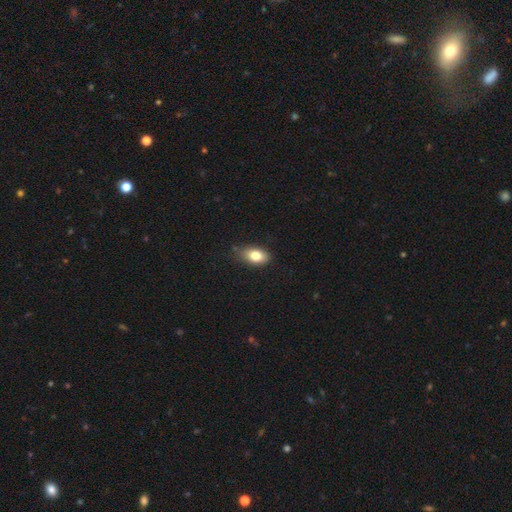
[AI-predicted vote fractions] Smooth or featured? smooth (79%)
How rounded? in between (88%)
Merging? none (73%)